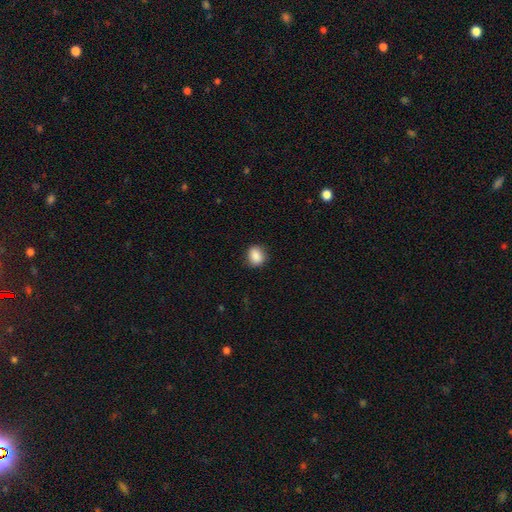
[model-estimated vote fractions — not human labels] smooth_or_featured: smooth (p=0.87) [alt: star or artifact p=0.08]
how_rounded: round (p=0.55) [alt: in between p=0.44]
merging: none (p=0.84) [alt: minor disturbance p=0.13]